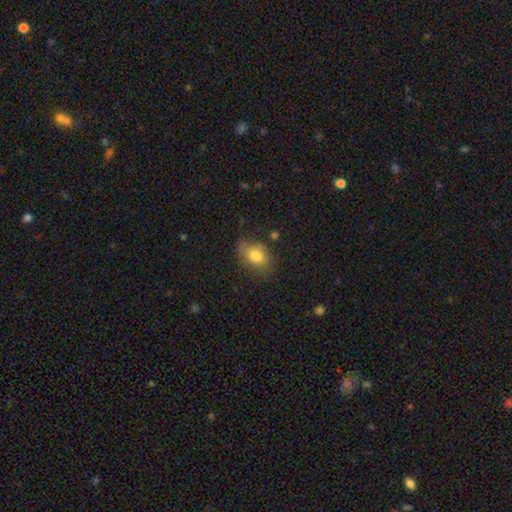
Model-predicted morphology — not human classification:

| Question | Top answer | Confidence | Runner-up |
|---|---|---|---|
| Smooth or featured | smooth | 77% | featured or disk (14%) |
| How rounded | in between | 78% | round (21%) |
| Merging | none | 62% | minor disturbance (27%) |